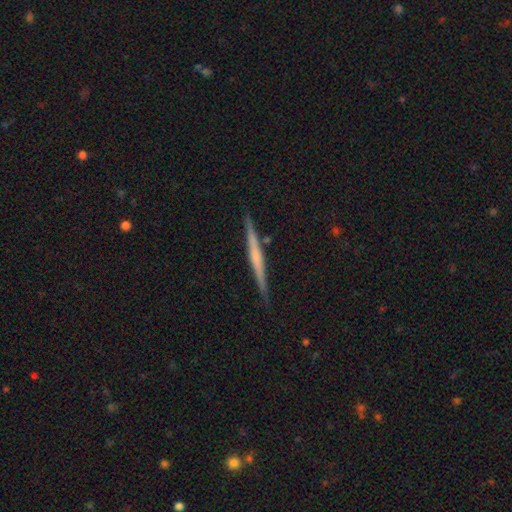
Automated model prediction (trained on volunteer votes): The model was most divided on "edge-on bulge": none: 56%, rounded: 32%, boxy: 12%. More confident: edge-on disk — yes (98%); merging — none (90%); smooth or featured — featured or disk (65%).